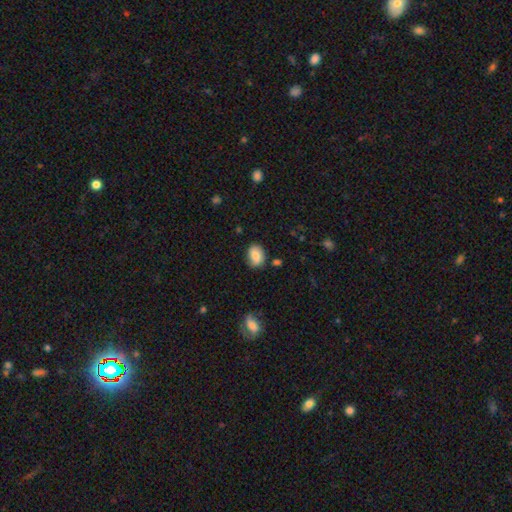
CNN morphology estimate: Smooth or featured?
  - smooth: 81% *
  - featured or disk: 11%
  - star or artifact: 8%
How rounded?
  - in between: 77% *
  - round: 21%
  - cigar-shaped: 1%
Merging?
  - none: 75% *
  - minor disturbance: 18%
  - major disturbance: 4%
  - merger: 3%